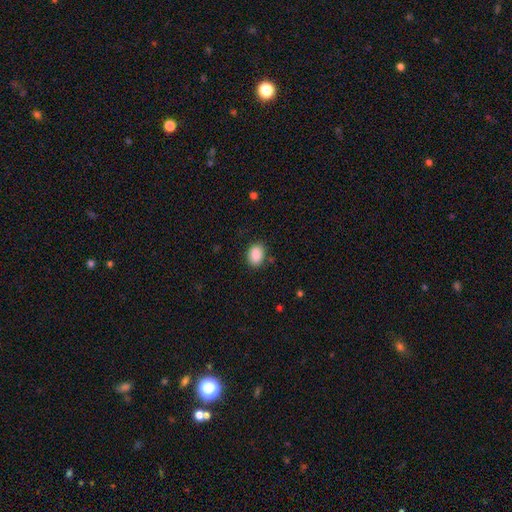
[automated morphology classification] type=smooth (89%); roundness=in between (75%); merging=none (84%).